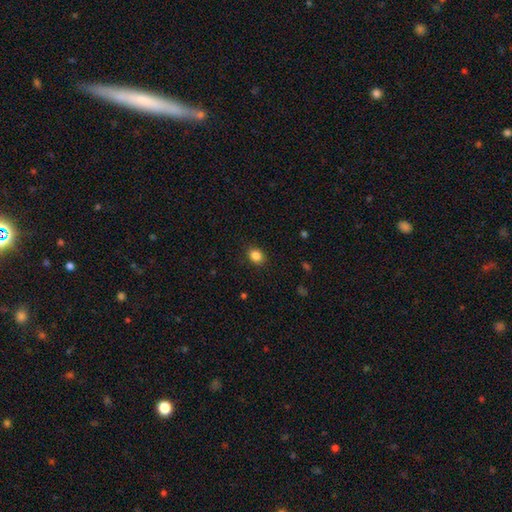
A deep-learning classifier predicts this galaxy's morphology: smooth_or_featured: smooth (p=0.85) [alt: star or artifact p=0.11]
how_rounded: round (p=0.58) [alt: in between p=0.41]
merging: none (p=0.88) [alt: minor disturbance p=0.09]